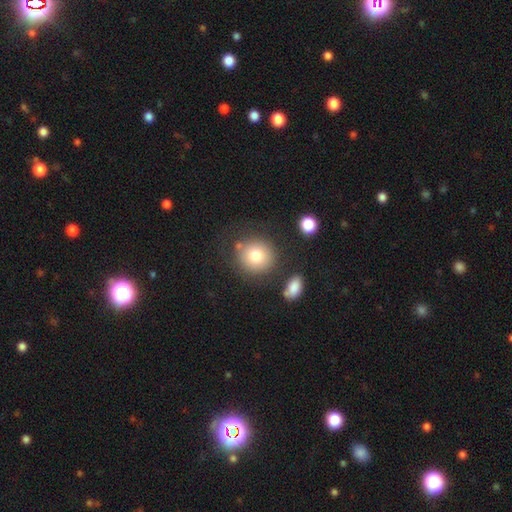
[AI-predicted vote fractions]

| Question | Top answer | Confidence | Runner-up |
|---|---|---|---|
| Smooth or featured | smooth | 79% | featured or disk (11%) |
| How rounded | round | 87% | in between (12%) |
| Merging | none | 77% | minor disturbance (11%) |